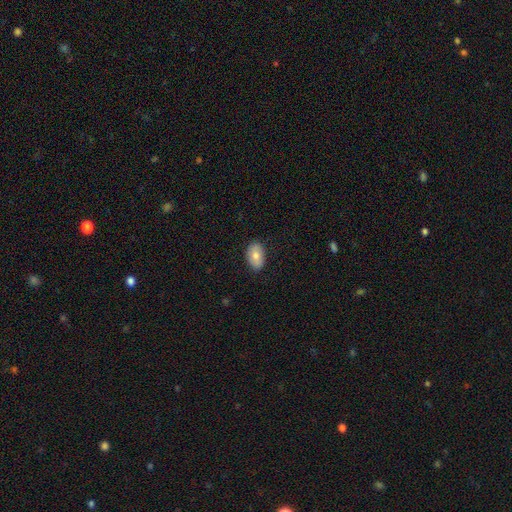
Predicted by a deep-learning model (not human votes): Smooth or featured? smooth (76%)
How rounded? in between (90%)
Merging? none (85%)